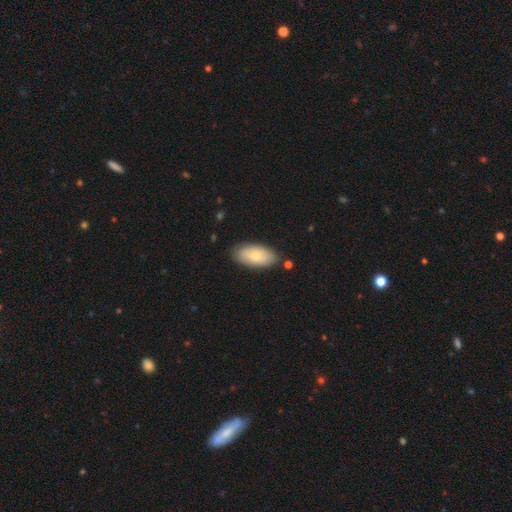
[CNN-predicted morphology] Smooth or featured? smooth (70%)
How rounded? in between (93%)
Merging? none (80%)